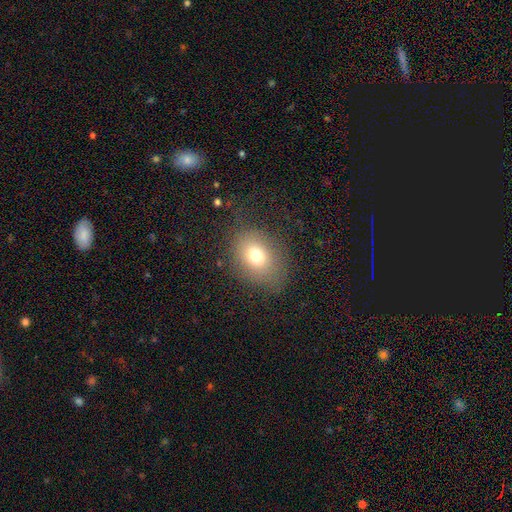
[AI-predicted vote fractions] smooth-or-featured: smooth: 73% | star or artifact: 14% | featured or disk: 14%
  how-rounded: in between: 55% | round: 44% | cigar-shaped: 1%
  merging: none: 73% | minor disturbance: 16% | major disturbance: 10% | merger: 1%